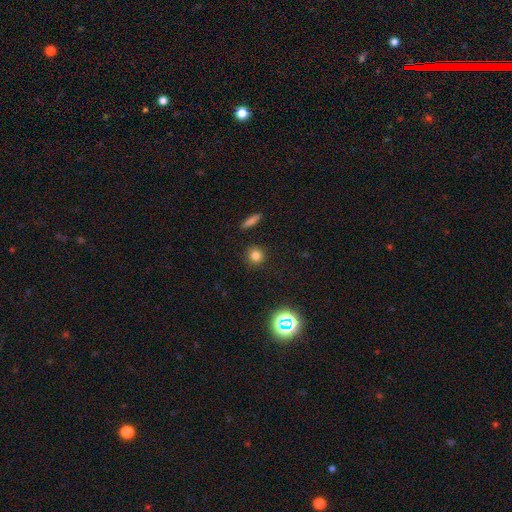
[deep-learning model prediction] Overall: smooth (79%). How rounded: round (90%). Merging: none (89%).